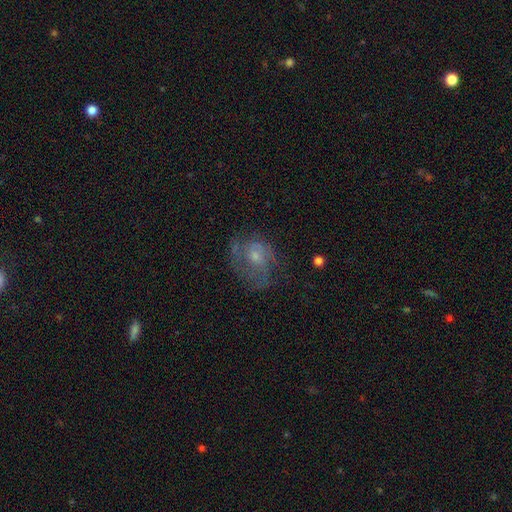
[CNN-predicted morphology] Smooth or featured? Predicted: featured or disk (p=0.64). Edge-on disk? Predicted: no (p=0.97). Bar? Predicted: no (p=0.72). Spiral arms? Predicted: yes (p=0.77). Bulge size? Predicted: small (p=0.55). Merging? Predicted: none (p=0.55).